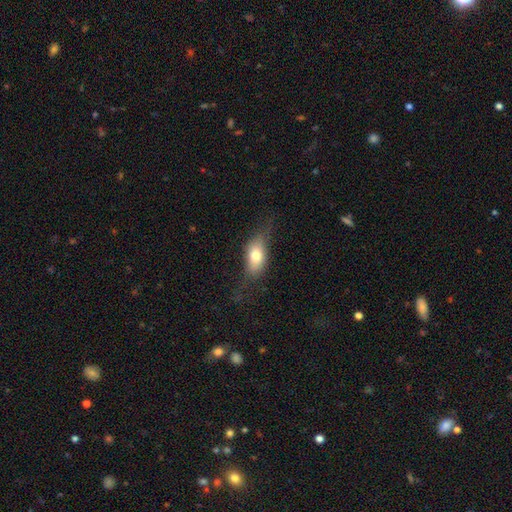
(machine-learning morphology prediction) Overall: smooth (69%). How rounded: in between (82%). Merging: none (56%; minor disturbance 27%).